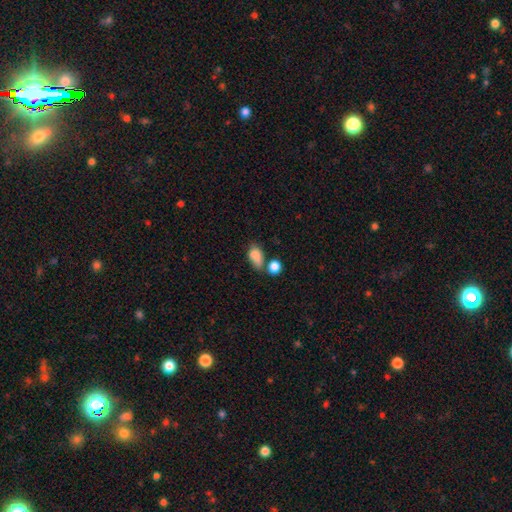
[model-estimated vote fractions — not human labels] Smooth or featured?
  - smooth: 82% *
  - star or artifact: 10%
  - featured or disk: 8%
How rounded?
  - in between: 82% *
  - round: 15%
  - cigar-shaped: 3%
Merging?
  - none: 41% *
  - merger: 24%
  - minor disturbance: 24%
  - major disturbance: 11%